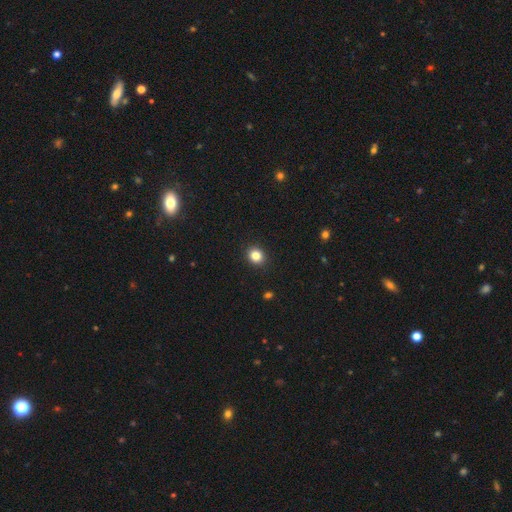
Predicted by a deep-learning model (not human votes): Smooth or featured: smooth — 84% (star or artifact — 11%)
How rounded: round — 79% (in between — 20%)
Merging: none — 92% (minor disturbance — 5%)